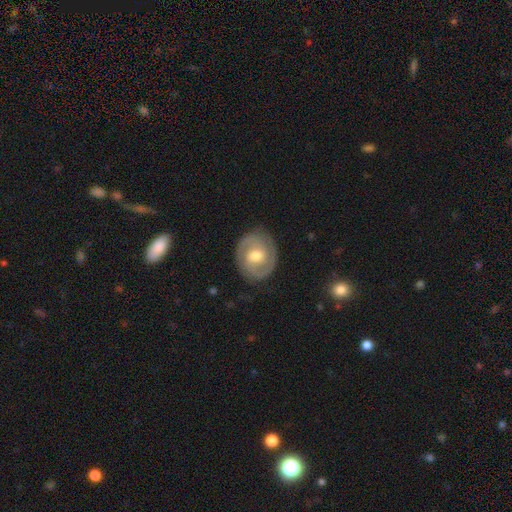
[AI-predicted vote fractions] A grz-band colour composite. It shows a featured or disk galaxy (80%) with no bar (48%), 2 (85%) tight (58%) spiral arms (91%) and a moderate central bulge (75%). Merging: none (85%).